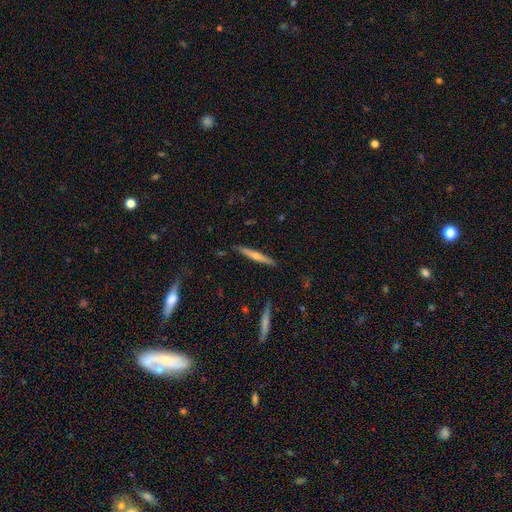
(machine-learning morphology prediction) type=featured or disk (57%); edge-on=yes (96%); edge-on bulge=rounded (75%); merging=none (89%).